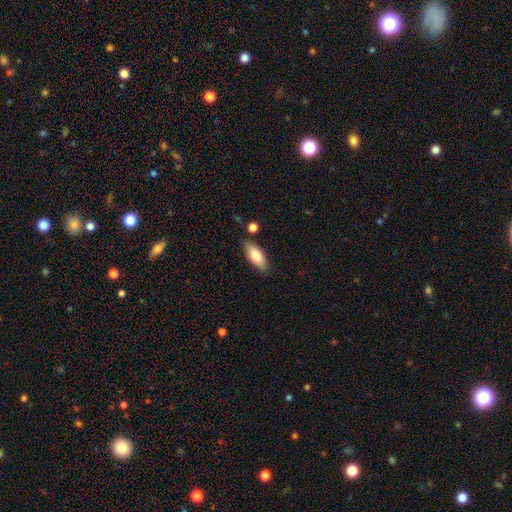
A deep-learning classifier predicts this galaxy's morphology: Smooth or featured: smooth — 79% (featured or disk — 15%)
How rounded: in between — 80% (cigar-shaped — 17%)
Merging: none — 81% (minor disturbance — 12%)